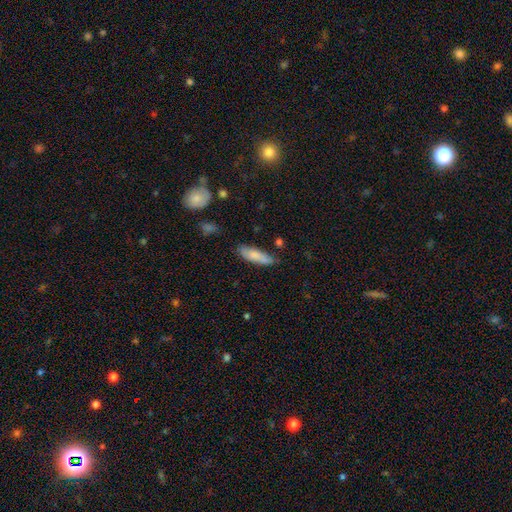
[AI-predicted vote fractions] A smooth galaxy with no disk features (79%) that is cigar-shaped (53%).

Vote fractions:
- Smooth or featured? smooth: 79% / featured or disk: 15% / star or artifact: 6%
- How rounded? cigar-shaped: 53% / in between: 46% / round: 2%
- Merging? none: 73% / minor disturbance: 20% / major disturbance: 4% / merger: 3%